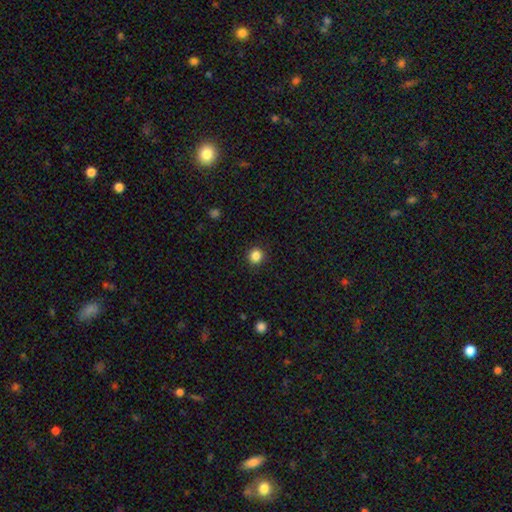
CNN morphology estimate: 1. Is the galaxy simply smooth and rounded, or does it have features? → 86% smooth, 11% star or artifact, 3% featured or disk.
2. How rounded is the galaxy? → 90% round, 9% in between, 1% cigar-shaped.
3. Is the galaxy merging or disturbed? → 92% none, 5% minor disturbance, 2% major disturbance, 1% merger.